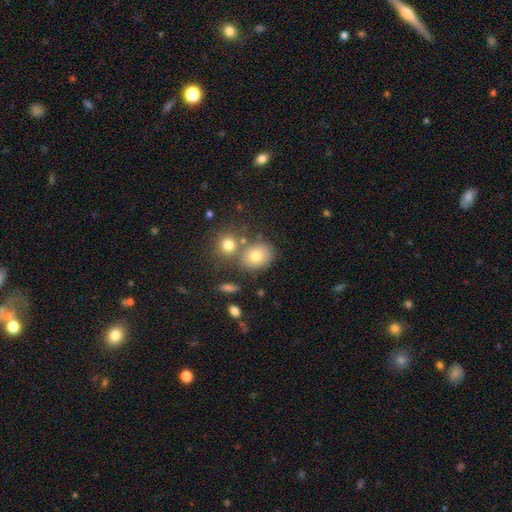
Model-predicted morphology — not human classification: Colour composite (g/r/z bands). It shows a smooth galaxy with no disk features (74%) that is in between round and cigar-shaped (53%). Merging: none (62%).